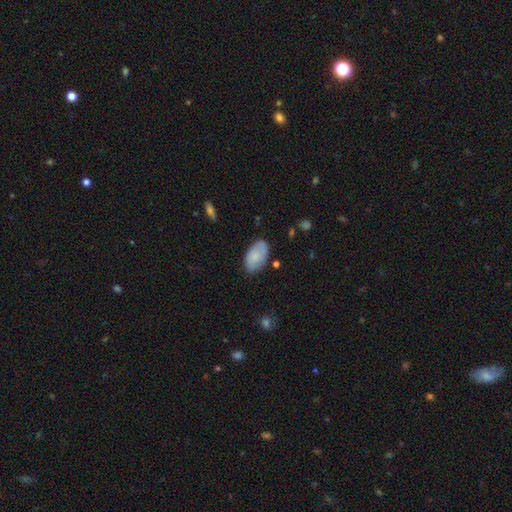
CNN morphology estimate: Q: Smooth or featured?
A: smooth (76%); runner-up: featured or disk (17%)
Q: How rounded?
A: in between (94%); runner-up: round (4%)
Q: Merging?
A: none (77%); runner-up: minor disturbance (18%)